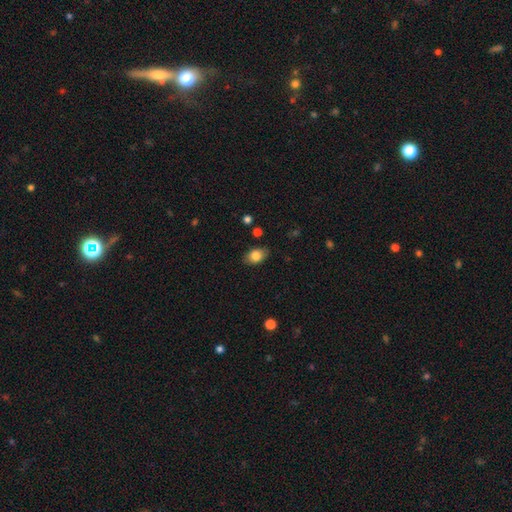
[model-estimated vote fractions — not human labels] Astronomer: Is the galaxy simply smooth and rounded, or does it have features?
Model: smooth — 82%.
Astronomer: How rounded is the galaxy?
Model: in between — 84%.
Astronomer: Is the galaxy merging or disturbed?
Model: none — 83%.